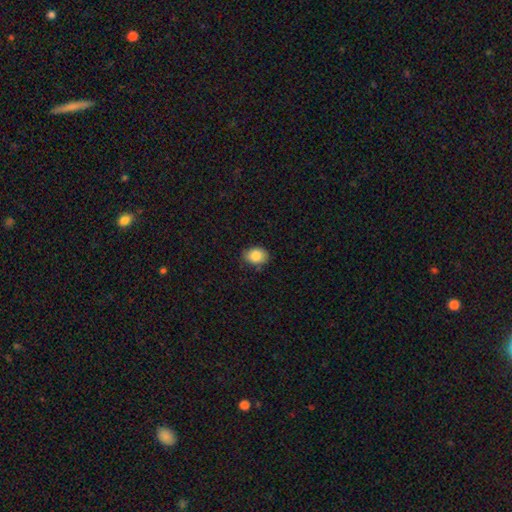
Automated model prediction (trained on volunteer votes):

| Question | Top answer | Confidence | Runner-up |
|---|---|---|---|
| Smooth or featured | smooth | 87% | star or artifact (8%) |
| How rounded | in between | 69% | round (30%) |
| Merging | none | 79% | minor disturbance (17%) |